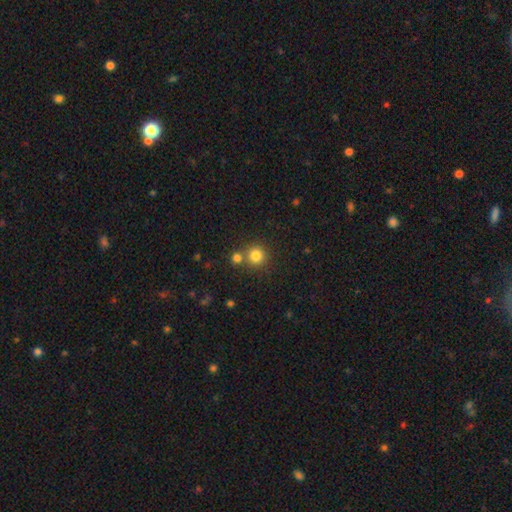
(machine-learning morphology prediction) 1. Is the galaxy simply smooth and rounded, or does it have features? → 81% smooth, 13% star or artifact, 6% featured or disk.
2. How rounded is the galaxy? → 93% round, 6% in between, 1% cigar-shaped.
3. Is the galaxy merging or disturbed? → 68% none, 22% merger, 7% minor disturbance, 3% major disturbance.